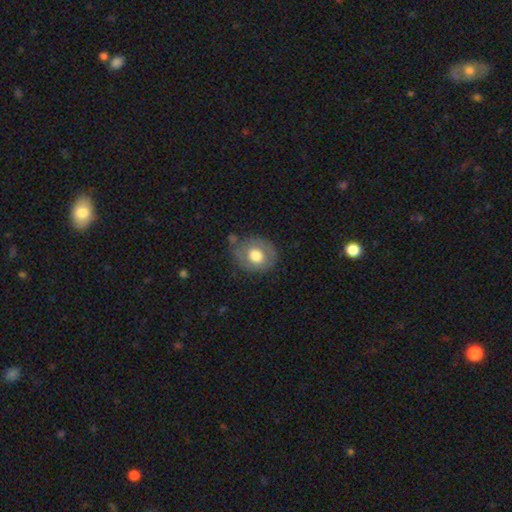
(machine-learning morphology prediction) Smooth or featured? Predicted: smooth (p=0.63). How rounded? Predicted: round (p=0.72). Merging? Predicted: none (p=0.70).